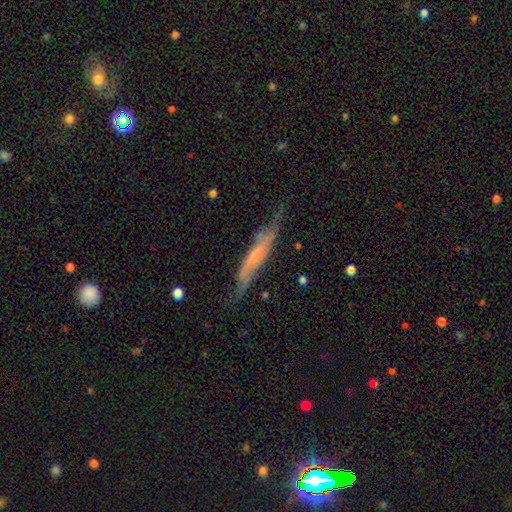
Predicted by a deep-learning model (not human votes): Smooth or featured: featured or disk — 58% (smooth — 36%)
Edge-on disk: yes — 67% (no — 33%)
Merging: none — 61% (minor disturbance — 28%)